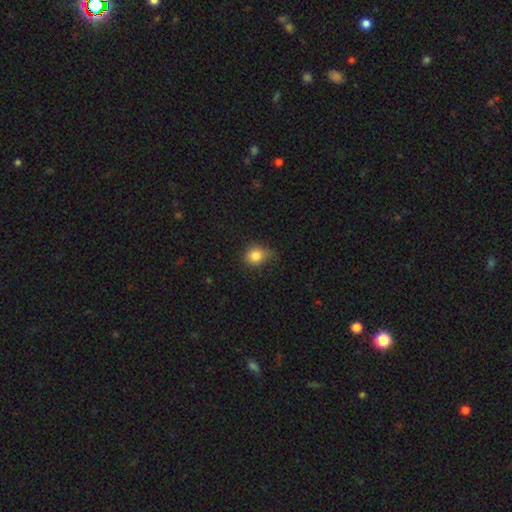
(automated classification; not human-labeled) Smooth or featured? smooth (82%)
How rounded? round (72%)
Merging? none (58%)